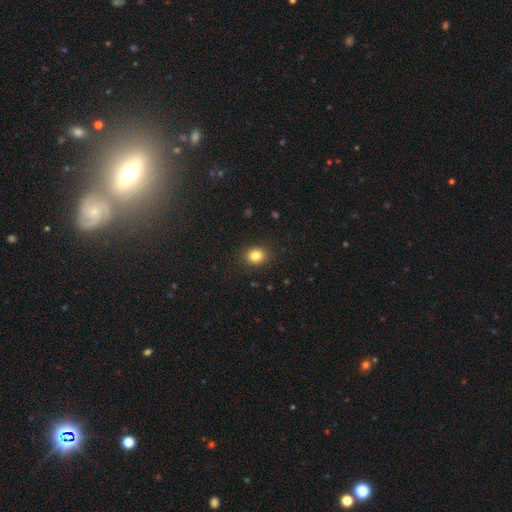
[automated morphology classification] The model was most divided on "how rounded": round: 56%, in between: 43%, cigar-shaped: 1%. More confident: merging — none (88%); smooth or featured — smooth (83%).